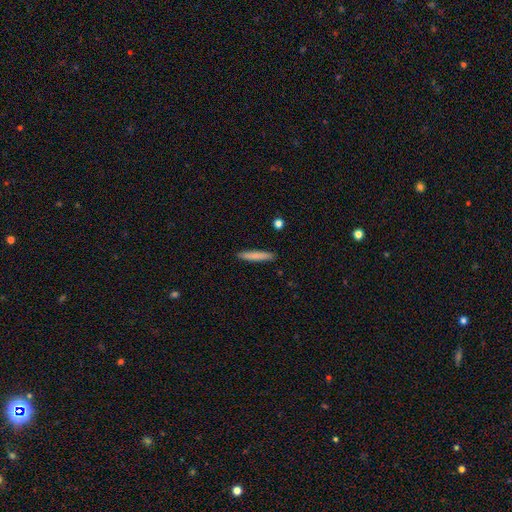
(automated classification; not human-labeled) Q: Smooth or featured?
A: smooth (78%); runner-up: featured or disk (16%)
Q: How rounded?
A: cigar-shaped (93%); runner-up: in between (6%)
Q: Merging?
A: none (90%); runner-up: minor disturbance (7%)